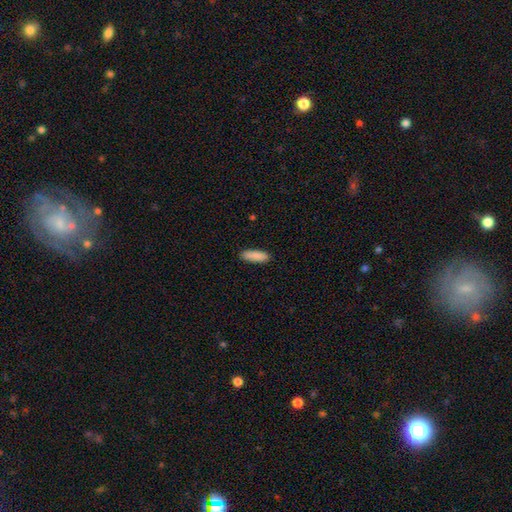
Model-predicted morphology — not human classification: smooth_or_featured: smooth (p=0.90) [alt: star or artifact p=0.06]
how_rounded: in between (p=0.50) [alt: cigar-shaped p=0.48]
merging: none (p=0.89) [alt: minor disturbance p=0.08]